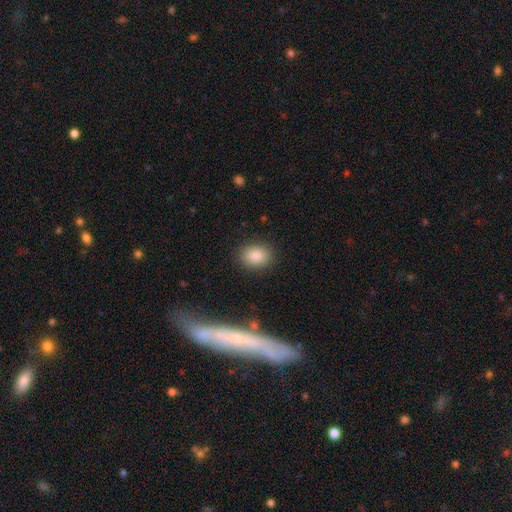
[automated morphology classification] Smooth or featured? smooth (86%)
How rounded? in between (55%)
Merging? none (87%)